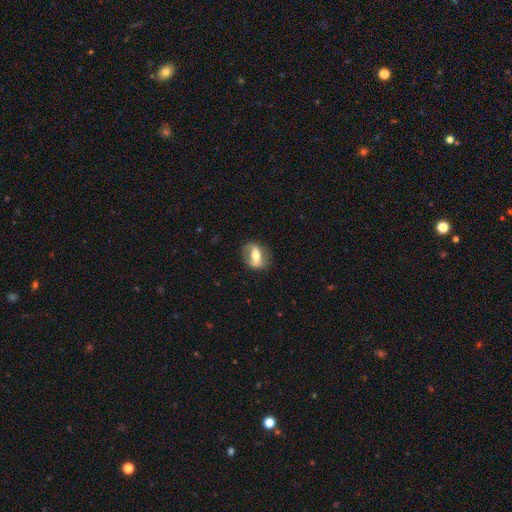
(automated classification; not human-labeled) Morphology: type=featured or disk (57%); edge-on=no (78%); merging=none (78%).